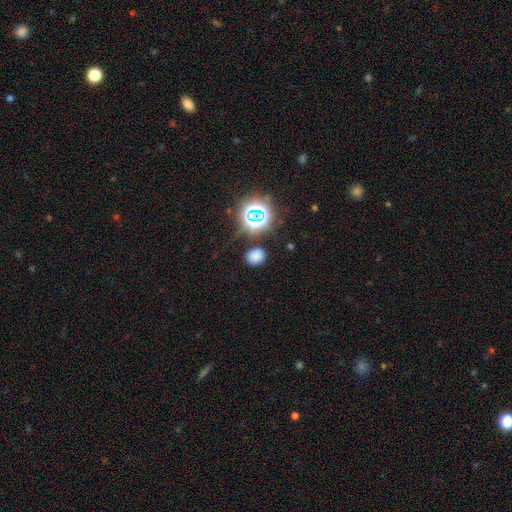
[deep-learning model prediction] Morphology: type=smooth (71%); roundness=round (68%); merging=none (83%).